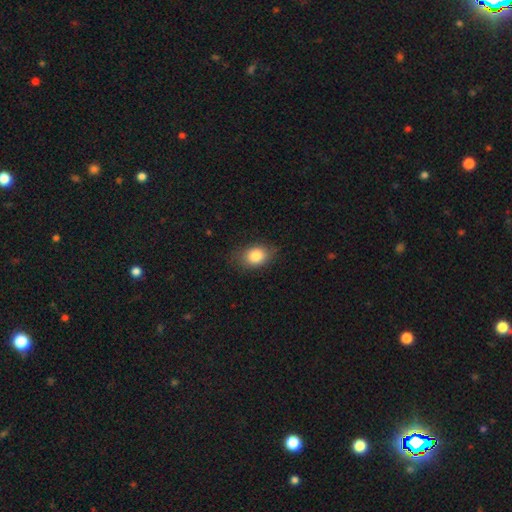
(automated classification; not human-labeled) Smooth or featured: smooth — 83% (star or artifact — 9%)
How rounded: in between — 69% (round — 29%)
Merging: none — 79% (minor disturbance — 16%)